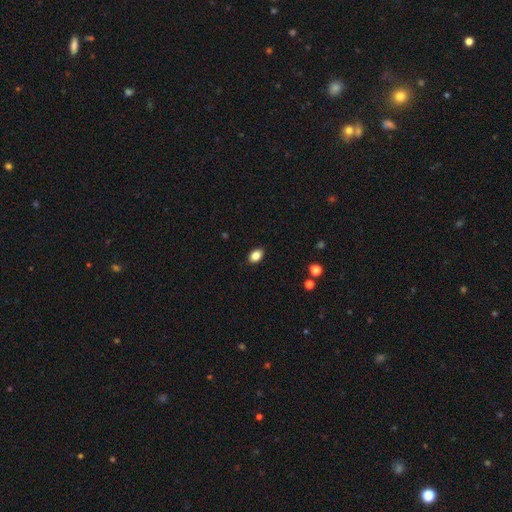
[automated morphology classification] type=smooth (86%); roundness=in between (80%); merging=none (88%).